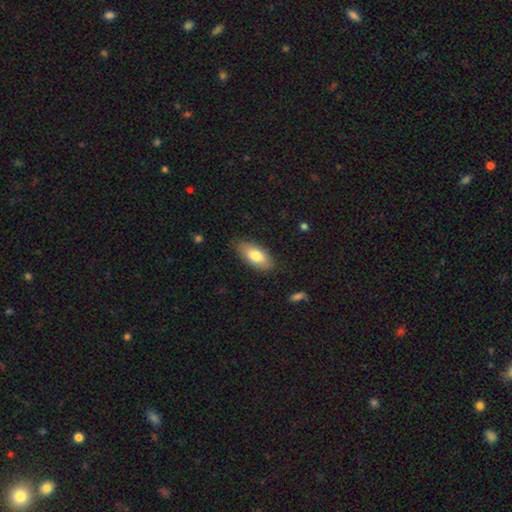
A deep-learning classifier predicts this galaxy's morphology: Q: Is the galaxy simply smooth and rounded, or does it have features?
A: smooth — 77%.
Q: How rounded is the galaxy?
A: in between — 88%.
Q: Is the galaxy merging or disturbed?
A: none — 84%.